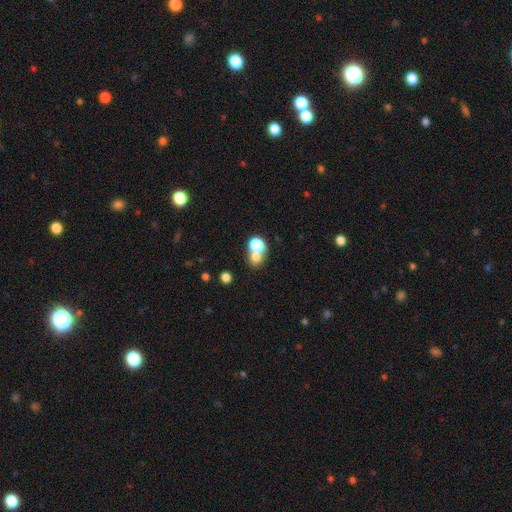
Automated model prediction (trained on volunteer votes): smooth-or-featured: smooth: 71% | star or artifact: 16% | featured or disk: 13%
  how-rounded: round: 65% | in between: 34% | cigar-shaped: 1%
  merging: merger: 54% | none: 35% | minor disturbance: 7% | major disturbance: 5%